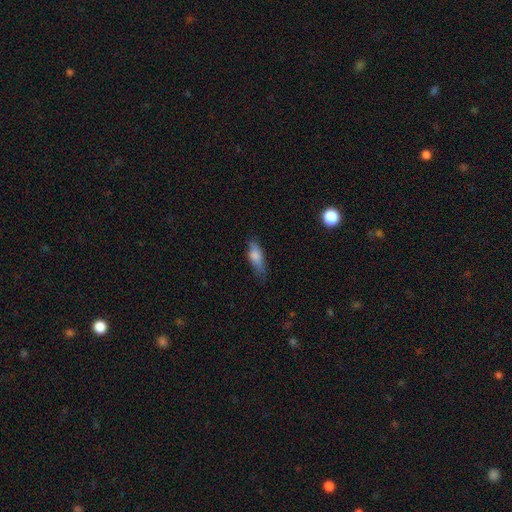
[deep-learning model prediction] Smooth or featured? smooth (78%)
How rounded? in between (59%)
Merging? none (69%)